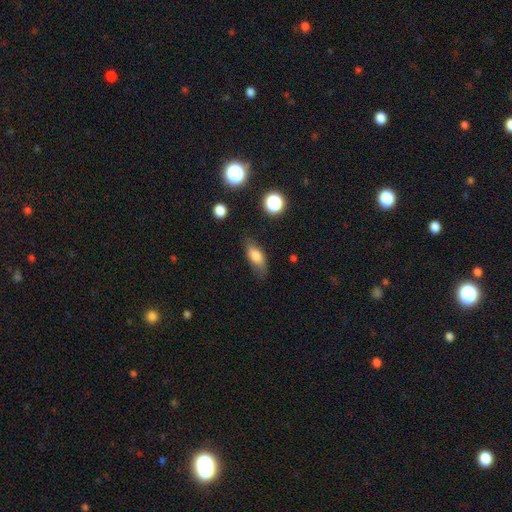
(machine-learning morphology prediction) This appears to be a smooth galaxy with no disk features (74%) that is in between round and cigar-shaped (75%). Merging: none (74%).